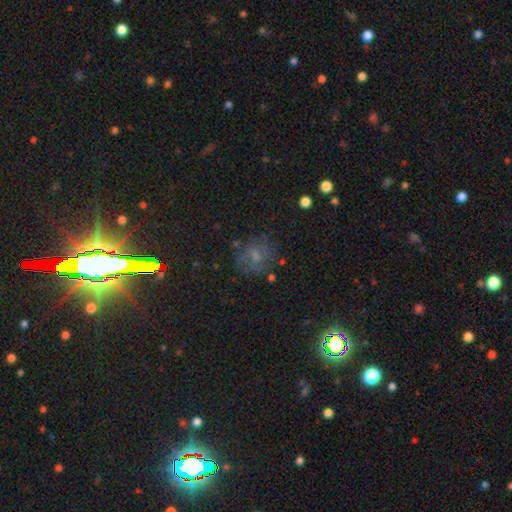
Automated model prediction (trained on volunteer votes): The model was most divided on "smooth or featured": smooth: 51%, featured or disk: 28%, star or artifact: 21%. More confident: how rounded — round (72%); merging — none (65%).